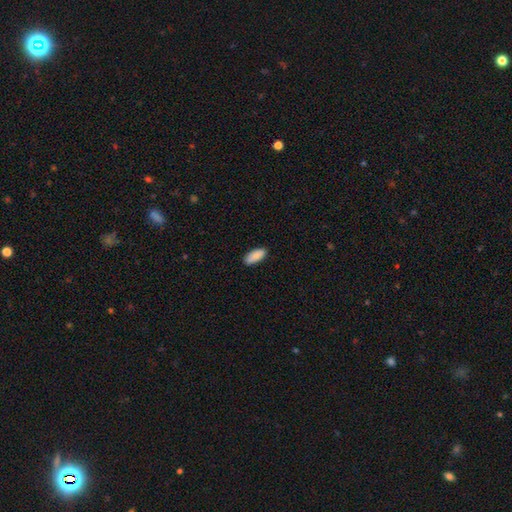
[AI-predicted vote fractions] This appears to be a smooth galaxy with no disk features (89%) that is in between round and cigar-shaped (82%). Merging: none (88%).